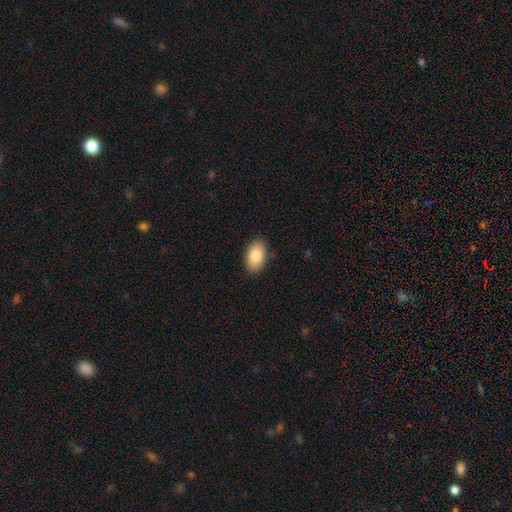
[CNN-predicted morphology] This appears to be a smooth galaxy with no disk features (85%) that is in between round and cigar-shaped (93%). Merging: none (87%).